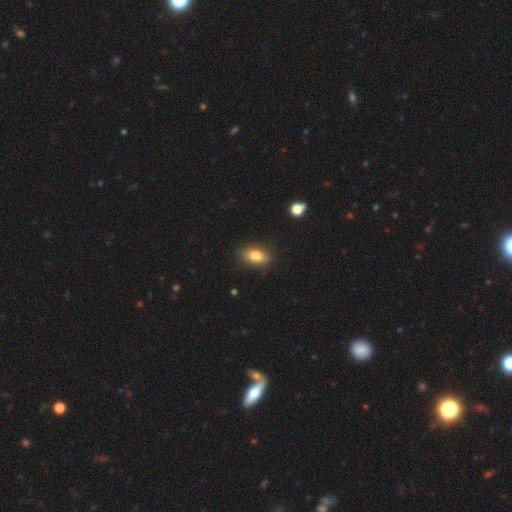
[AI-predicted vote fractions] Q: Smooth or featured?
A: smooth (81%); runner-up: featured or disk (10%)
Q: How rounded?
A: in between (85%); runner-up: round (8%)
Q: Merging?
A: none (84%); runner-up: minor disturbance (12%)